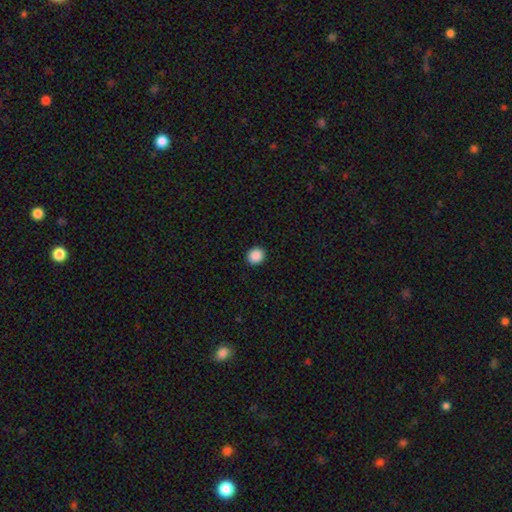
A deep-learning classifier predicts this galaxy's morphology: This appears to be a smooth galaxy with no disk features (89%) that is round (84%). Merging: none (92%).